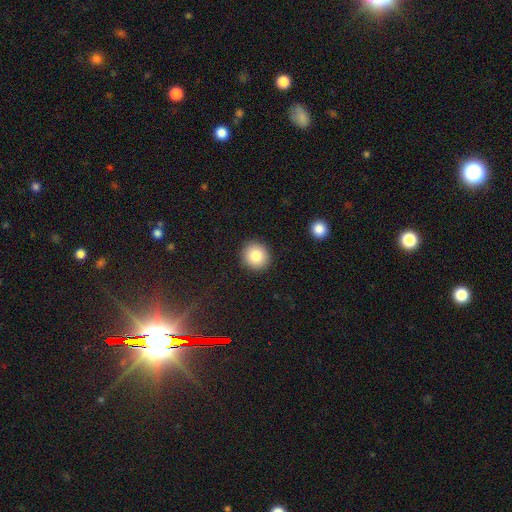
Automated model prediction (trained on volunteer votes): Smooth or featured? Predicted: smooth (p=0.83). How rounded? Predicted: round (p=0.93). Merging? Predicted: none (p=0.92).